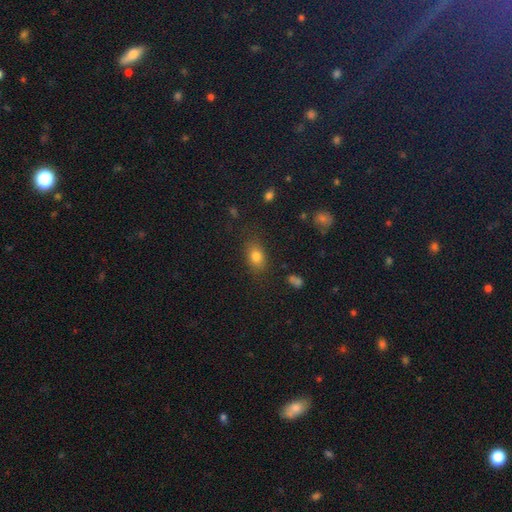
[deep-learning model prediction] Q: Smooth or featured?
A: smooth (79%); runner-up: star or artifact (12%)
Q: How rounded?
A: in between (76%); runner-up: round (22%)
Q: Merging?
A: none (80%); runner-up: minor disturbance (14%)